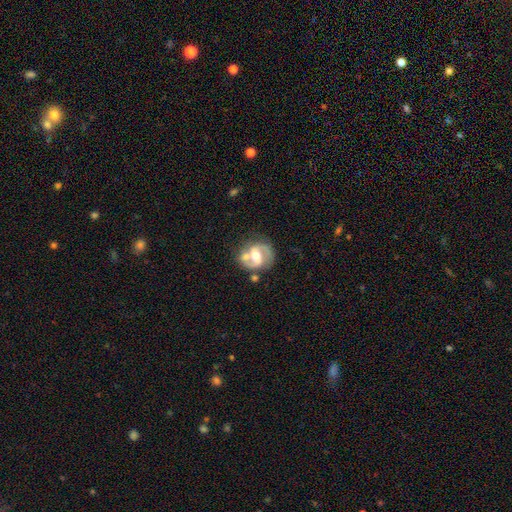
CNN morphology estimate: A featured or disk galaxy (79%) with a weak bar (43%), 2 (86%) medium (53%) spiral arms (88%) and a moderate central bulge (70%). Merging: none (62%).